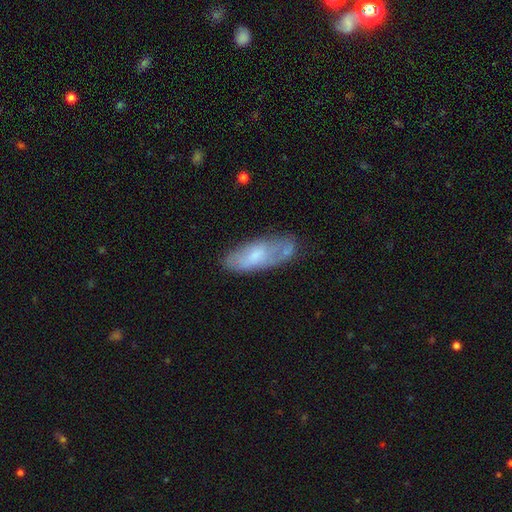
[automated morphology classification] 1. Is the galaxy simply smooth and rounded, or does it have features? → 55% smooth, 38% featured or disk, 7% star or artifact.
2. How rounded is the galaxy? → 74% in between, 24% cigar-shaped, 2% round.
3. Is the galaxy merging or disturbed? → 55% none, 28% minor disturbance, 12% major disturbance, 6% merger.